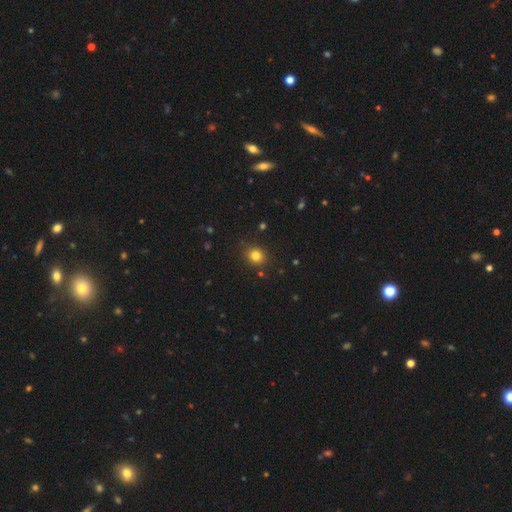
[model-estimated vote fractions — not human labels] Smooth or featured: smooth — 80% (star or artifact — 14%)
How rounded: round — 79% (in between — 20%)
Merging: none — 86% (minor disturbance — 9%)